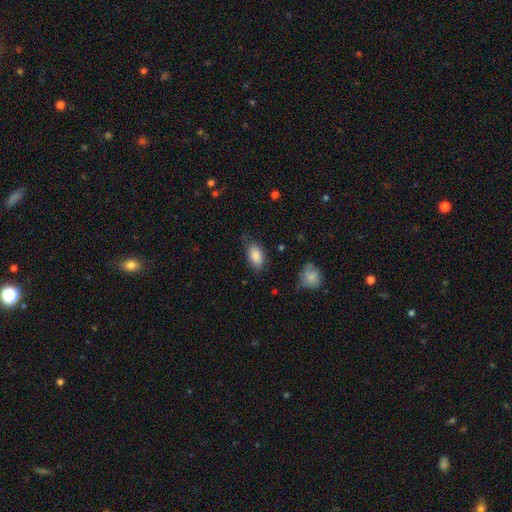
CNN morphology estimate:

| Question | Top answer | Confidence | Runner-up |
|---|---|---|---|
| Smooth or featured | smooth | 87% | star or artifact (7%) |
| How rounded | in between | 92% | round (5%) |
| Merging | none | 68% | minor disturbance (25%) |